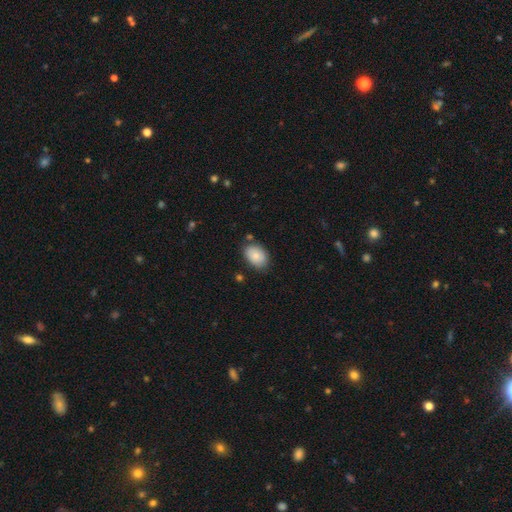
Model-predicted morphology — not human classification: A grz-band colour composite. It shows a smooth galaxy with no disk features (80%) that is in between round and cigar-shaped (81%). Merging: none (75%).